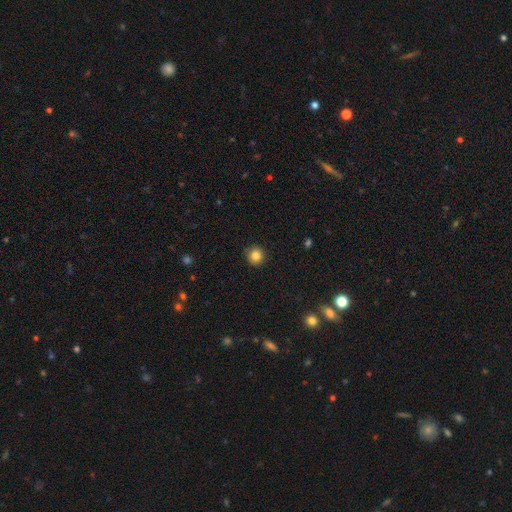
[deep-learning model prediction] smooth 84%, star or artifact 11%, featured or disk 5%. Down the decision tree: how rounded — round (93%); merging — none (90%).